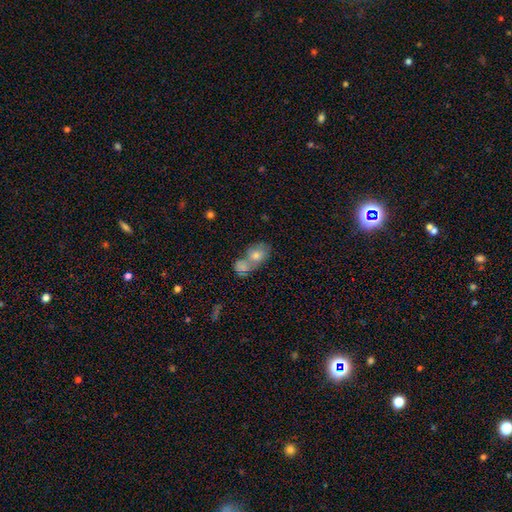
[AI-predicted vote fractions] This appears to be a smooth galaxy with no disk features (59%) that is in between round and cigar-shaped (62%). Merging: merger (54%).